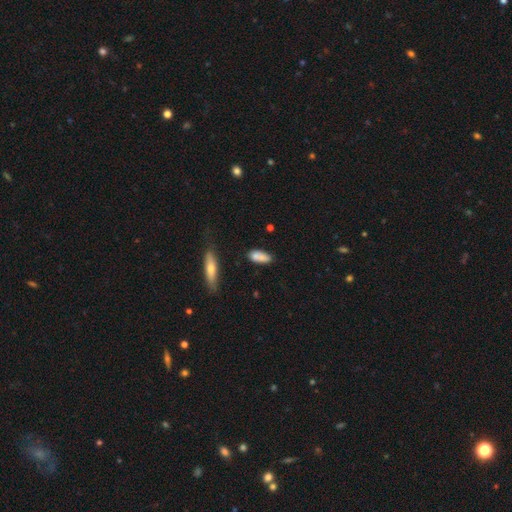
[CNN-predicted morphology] type=smooth (81%); roundness=in between (75%); merging=none (68%).